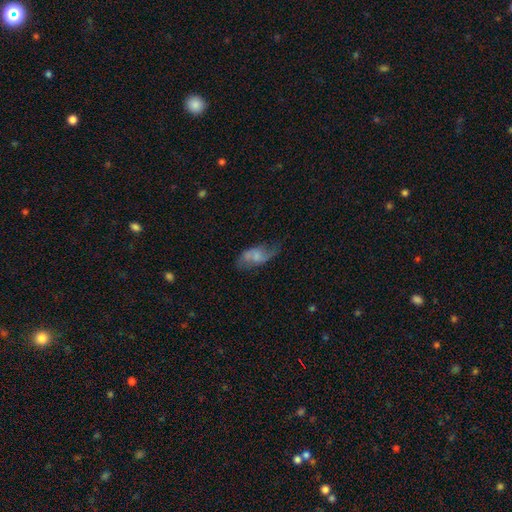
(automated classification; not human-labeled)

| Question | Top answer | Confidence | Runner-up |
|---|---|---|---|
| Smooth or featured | featured or disk | 50% | smooth (42%) |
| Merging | none | 48% | minor disturbance (27%) |